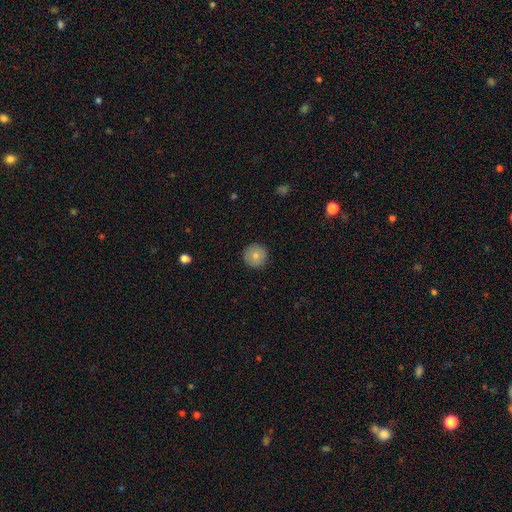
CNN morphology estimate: type=smooth (79%); roundness=round (96%); merging=none (91%).